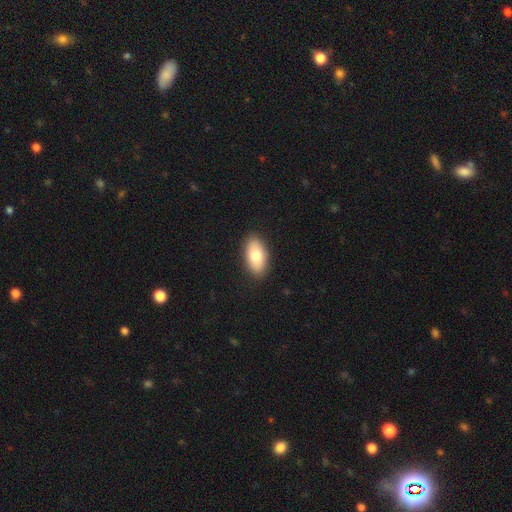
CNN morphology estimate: Smooth or featured? smooth (78%)
How rounded? in between (94%)
Merging? none (89%)